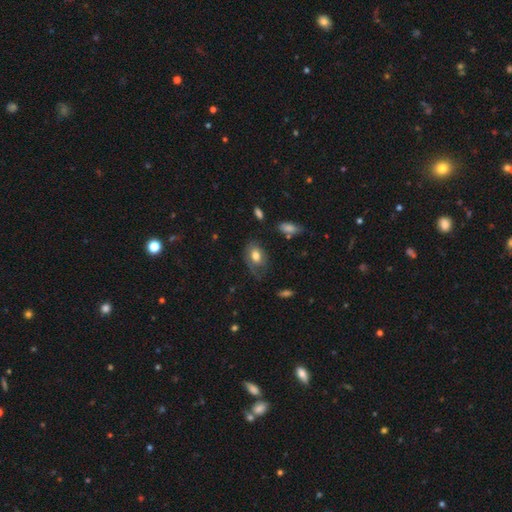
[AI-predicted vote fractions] smooth-or-featured: smooth: 65% | featured or disk: 27% | star or artifact: 8%
  how-rounded: in between: 84% | round: 15% | cigar-shaped: 2%
  merging: none: 52% | minor disturbance: 29% | major disturbance: 17% | merger: 3%